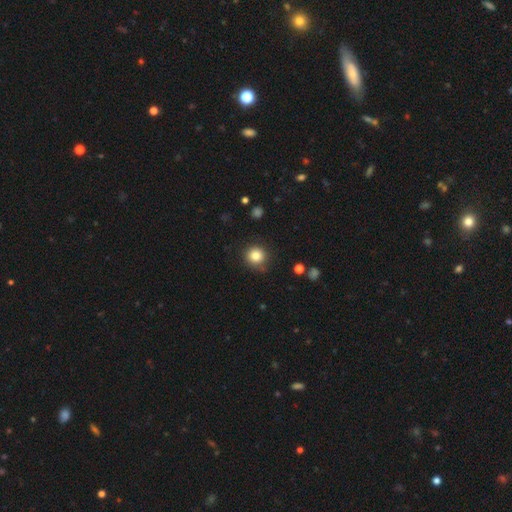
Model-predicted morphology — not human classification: smooth 83%, star or artifact 11%, featured or disk 6%. Down the decision tree: how rounded — round (93%); merging — none (85%).